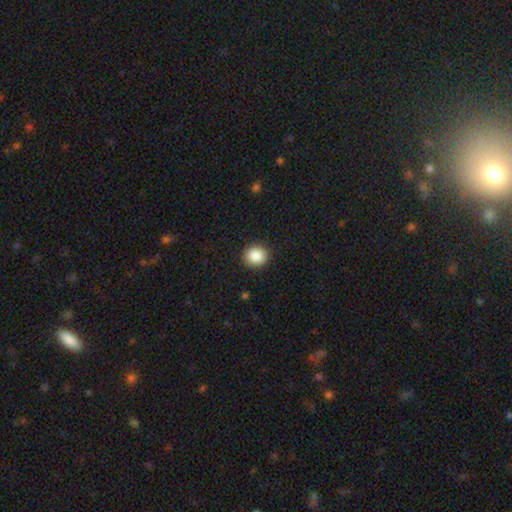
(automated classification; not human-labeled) A smooth galaxy with no disk features (88%) that is round (83%). Merging: none (91%).